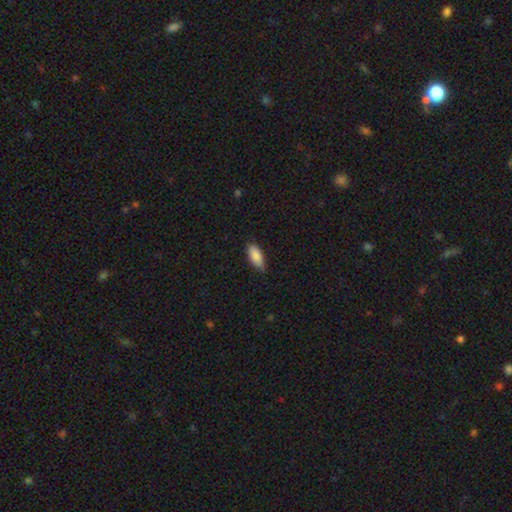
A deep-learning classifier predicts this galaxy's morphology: Smooth or featured?
  - smooth: 87% *
  - featured or disk: 7%
  - star or artifact: 6%
How rounded?
  - in between: 81% *
  - cigar-shaped: 17%
  - round: 2%
Merging?
  - none: 79% *
  - minor disturbance: 17%
  - major disturbance: 2%
  - merger: 1%